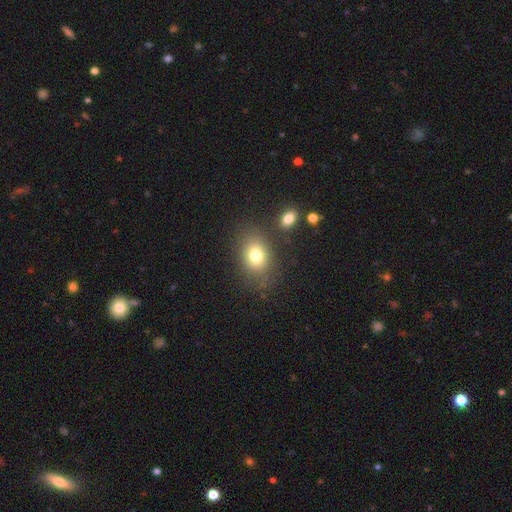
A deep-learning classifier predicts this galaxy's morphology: Smooth or featured? Predicted: smooth (p=0.77). How rounded? Predicted: in between (p=0.66). Merging? Predicted: none (p=0.76).